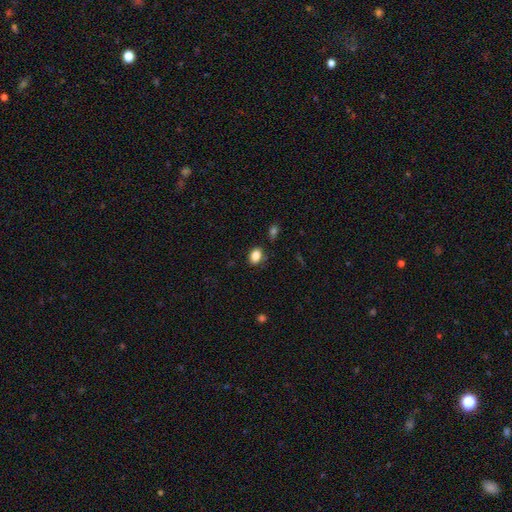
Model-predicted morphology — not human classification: smooth_or_featured: smooth (p=0.86) [alt: star or artifact p=0.09]
how_rounded: in between (p=0.76) [alt: round p=0.23]
merging: none (p=0.81) [alt: minor disturbance p=0.13]